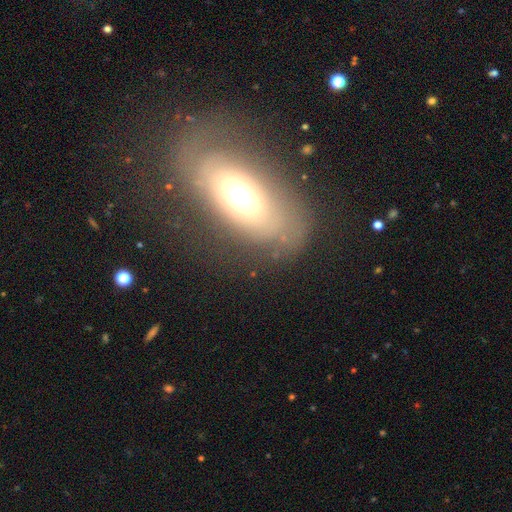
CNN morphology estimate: A featured or disk galaxy (53%).

Vote fractions:
- Smooth or featured? featured or disk: 53% / smooth: 38% / star or artifact: 10%
- Edge-on disk? no: 85% / yes: 15%
- Merging? none: 72% / minor disturbance: 16% / major disturbance: 10% / merger: 2%